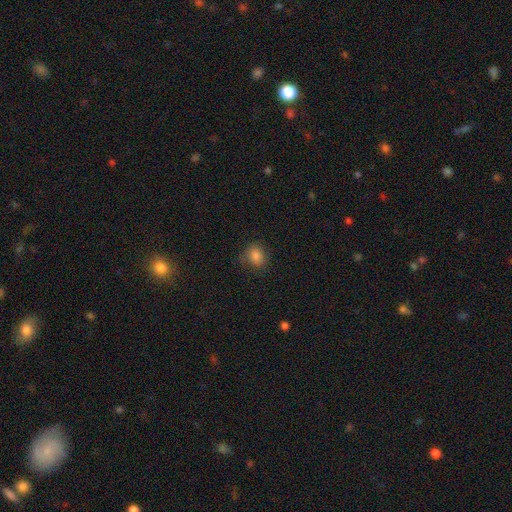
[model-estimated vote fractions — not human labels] Smooth or featured? Predicted: smooth (p=0.82). How rounded? Predicted: round (p=0.60). Merging? Predicted: none (p=0.71).